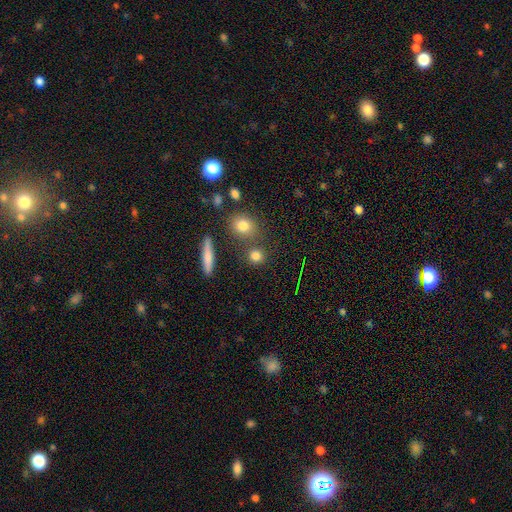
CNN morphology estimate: type=smooth (79%); roundness=round (85%); merging=none (76%).